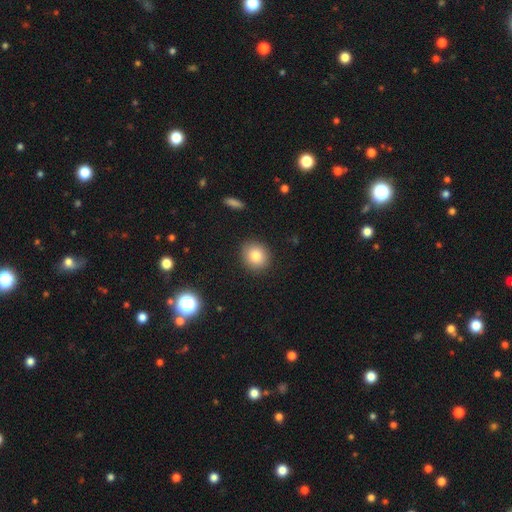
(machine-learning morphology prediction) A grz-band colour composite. It shows a smooth galaxy with no disk features (81%) that is round (78%). Merging: none (89%).